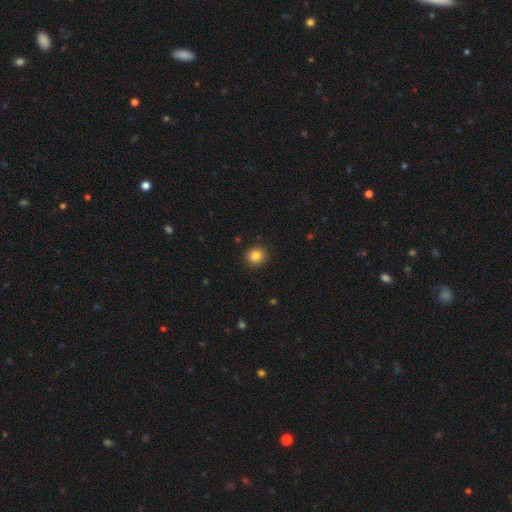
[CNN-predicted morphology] Smooth or featured? smooth (84%)
How rounded? round (90%)
Merging? none (91%)